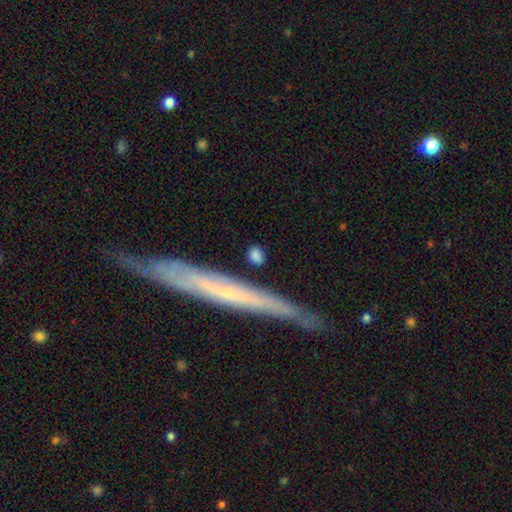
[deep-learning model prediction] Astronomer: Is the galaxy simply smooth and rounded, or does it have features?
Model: smooth — 80%.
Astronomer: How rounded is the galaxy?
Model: round — 39% (runner-up: in between, 34%).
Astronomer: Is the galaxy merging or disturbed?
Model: none — 83%.